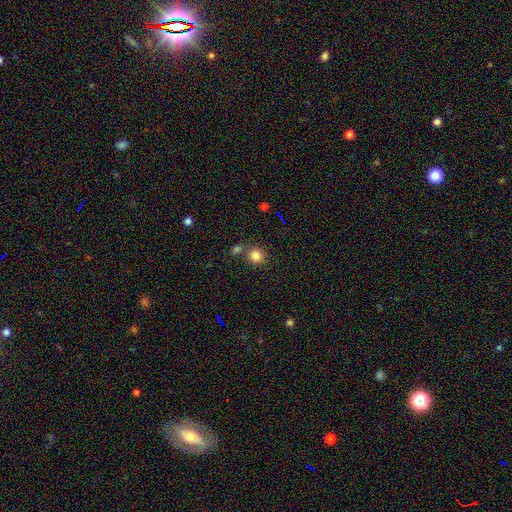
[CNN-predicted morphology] Smooth or featured? smooth (82%)
How rounded? round (87%)
Merging? none (71%)